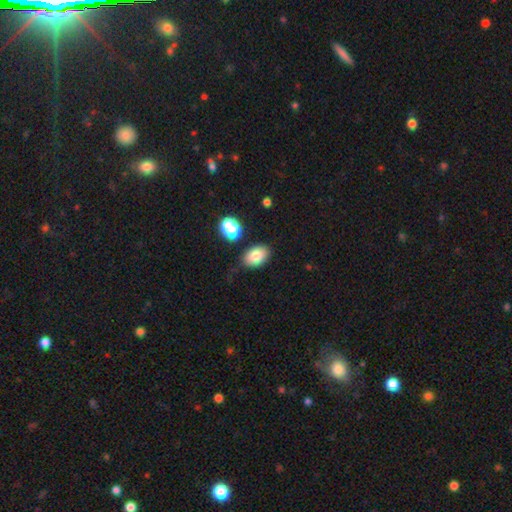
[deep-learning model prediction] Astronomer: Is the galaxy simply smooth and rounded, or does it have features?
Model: smooth — 81%.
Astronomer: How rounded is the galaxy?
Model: in between — 85%.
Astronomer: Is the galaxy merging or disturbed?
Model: none — 80%.